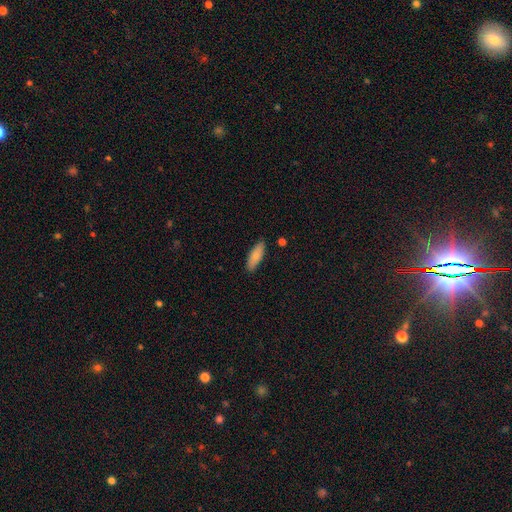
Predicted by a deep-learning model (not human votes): The model was most divided on "how rounded": in between: 58%, cigar-shaped: 40%, round: 2%. More confident: merging — none (86%); smooth or featured — smooth (83%).